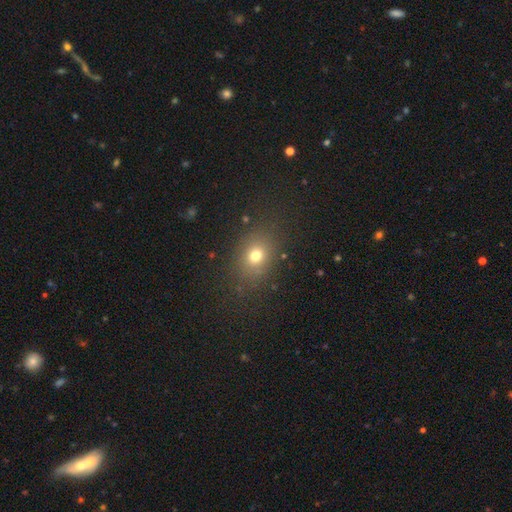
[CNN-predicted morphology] A smooth galaxy with no disk features (73%) that is in between round and cigar-shaped (55%). Merging: none (81%).